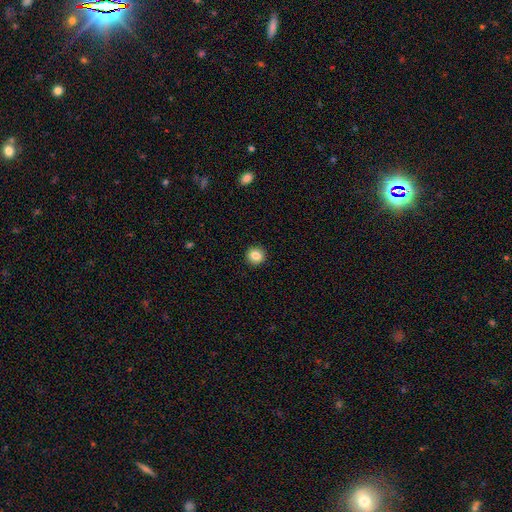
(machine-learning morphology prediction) Q: Smooth or featured?
A: smooth (85%); runner-up: star or artifact (9%)
Q: How rounded?
A: round (92%); runner-up: in between (8%)
Q: Merging?
A: none (93%); runner-up: minor disturbance (5%)